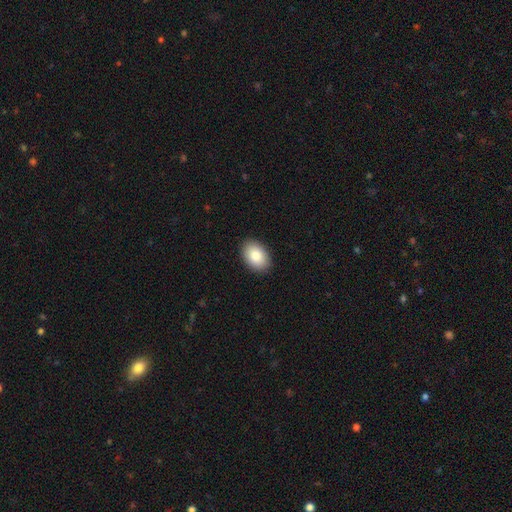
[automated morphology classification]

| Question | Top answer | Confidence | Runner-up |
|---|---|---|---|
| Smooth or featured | smooth | 86% | featured or disk (7%) |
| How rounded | in between | 85% | round (14%) |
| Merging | none | 90% | minor disturbance (7%) |